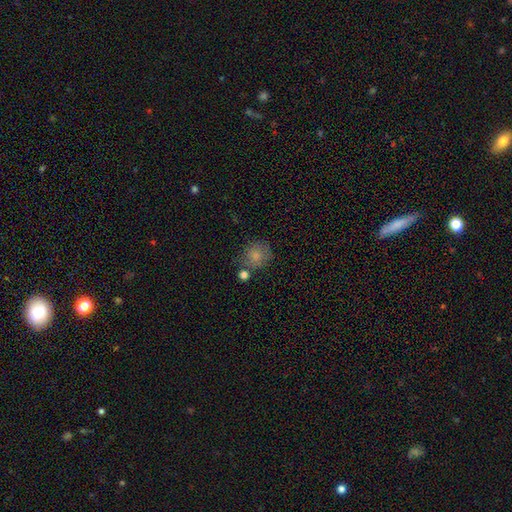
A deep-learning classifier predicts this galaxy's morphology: smooth-or-featured: smooth: 81% | star or artifact: 10% | featured or disk: 10%
  how-rounded: round: 82% | in between: 17% | cigar-shaped: 1%
  merging: none: 62% | minor disturbance: 17% | merger: 15% | major disturbance: 6%